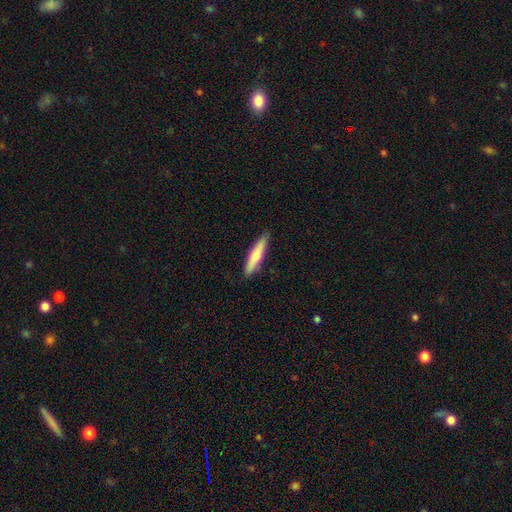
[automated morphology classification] smooth_or_featured: smooth (p=0.69) [alt: featured or disk p=0.25]
how_rounded: cigar-shaped (p=0.87) [alt: in between p=0.12]
merging: none (p=0.86) [alt: minor disturbance p=0.11]